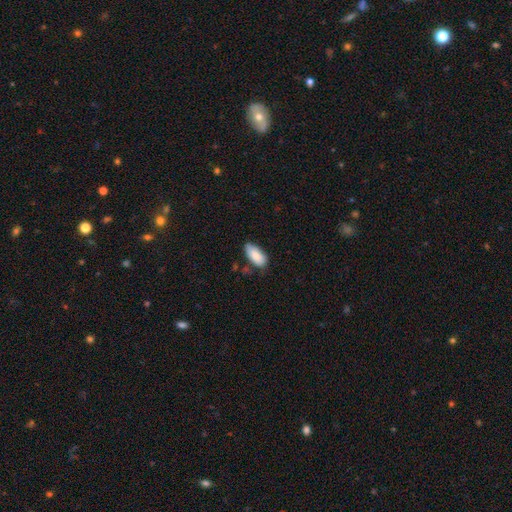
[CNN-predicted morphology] smooth 86%, featured or disk 7%, star or artifact 6%. Down the decision tree: how rounded — in between (92%); merging — none (67%).